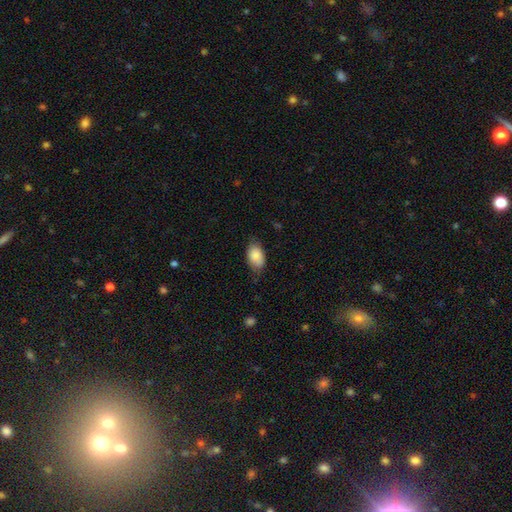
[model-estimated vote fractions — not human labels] smooth 86%, featured or disk 7%, star or artifact 6%. Down the decision tree: how rounded — in between (90%); merging — none (69%).